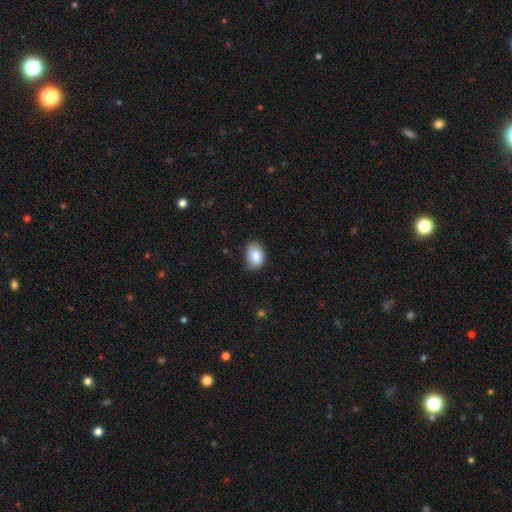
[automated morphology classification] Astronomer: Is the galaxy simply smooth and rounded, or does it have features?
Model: smooth — 84%.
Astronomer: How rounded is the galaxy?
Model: in between — 75%.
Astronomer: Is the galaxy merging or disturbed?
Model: none — 73%.